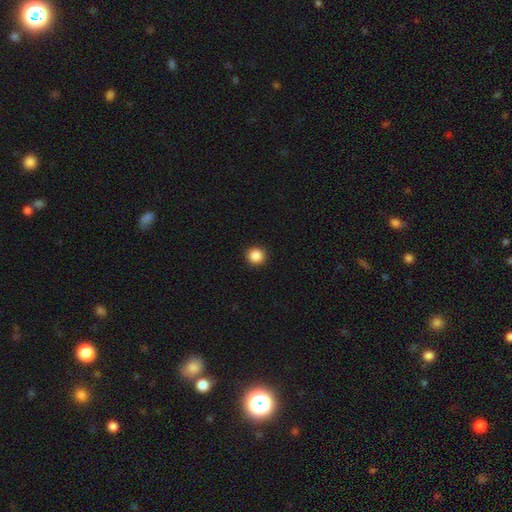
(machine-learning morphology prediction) Overall: smooth (87%). How rounded: round (94%). Merging: none (93%).